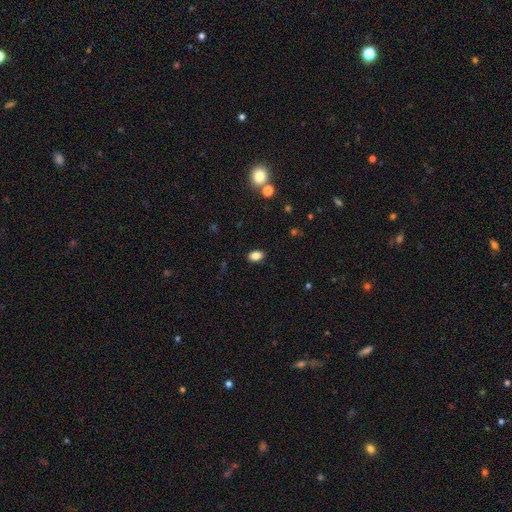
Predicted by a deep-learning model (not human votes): A smooth galaxy with no disk features (84%) that is in between round and cigar-shaped (84%). Merging: none (88%).